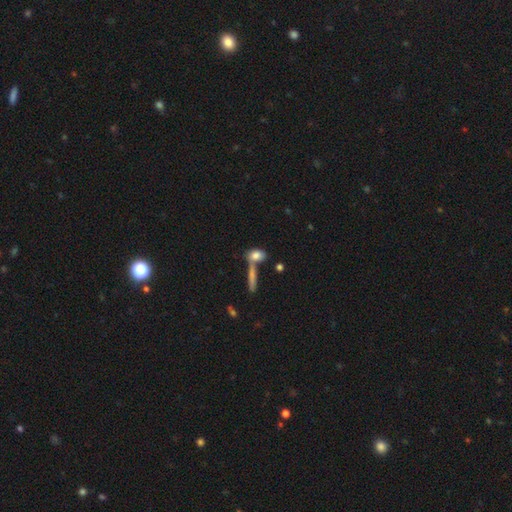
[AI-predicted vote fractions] The model was most divided on "merging": none: 51%, merger: 31%, minor disturbance: 12%, major disturbance: 6%. More confident: smooth or featured — smooth (77%); how rounded — in between (62%).